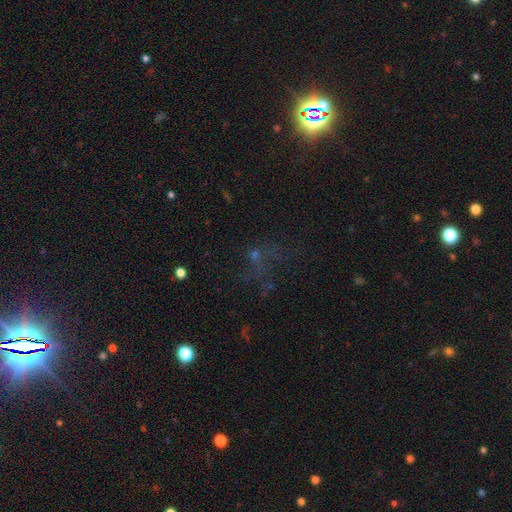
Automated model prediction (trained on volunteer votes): star or artifact 44%, smooth 31%, featured or disk 25%.